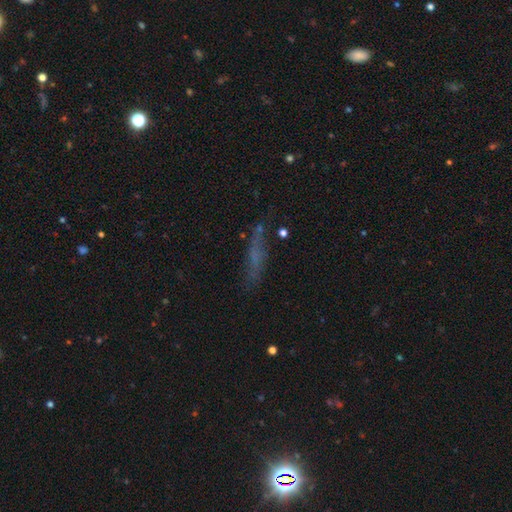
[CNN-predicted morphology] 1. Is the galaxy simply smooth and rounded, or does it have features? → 47% smooth, 35% featured or disk, 18% star or artifact.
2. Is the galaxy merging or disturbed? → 68% none, 19% minor disturbance, 9% major disturbance, 4% merger.